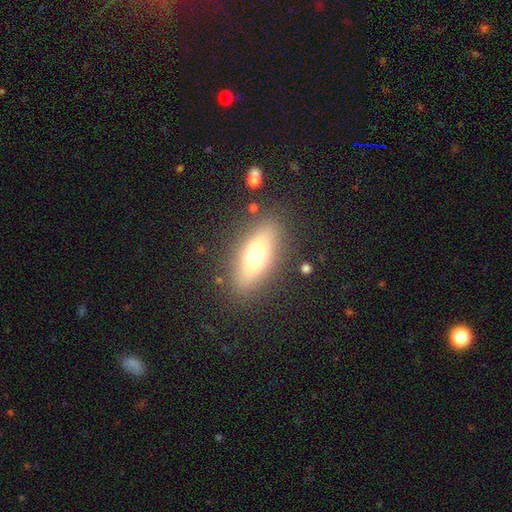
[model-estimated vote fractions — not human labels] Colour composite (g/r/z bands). It shows a smooth galaxy with no disk features (59%) that is in between round and cigar-shaped (64%). Merging: none (84%).